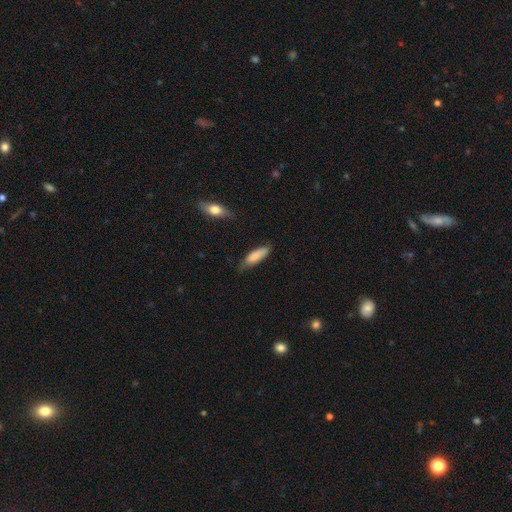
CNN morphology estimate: smooth-or-featured: smooth: 84% | featured or disk: 10% | star or artifact: 6%
  how-rounded: in between: 53% | cigar-shaped: 46% | round: 2%
  merging: none: 63% | minor disturbance: 30% | major disturbance: 5% | merger: 2%